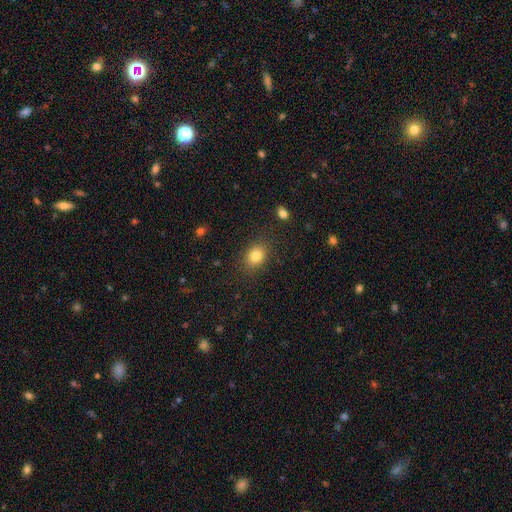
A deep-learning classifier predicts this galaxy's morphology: Smooth or featured?
  - smooth: 83% *
  - star or artifact: 10%
  - featured or disk: 7%
How rounded?
  - in between: 55% *
  - round: 44%
  - cigar-shaped: 1%
Merging?
  - none: 84% *
  - minor disturbance: 11%
  - major disturbance: 4%
  - merger: 1%